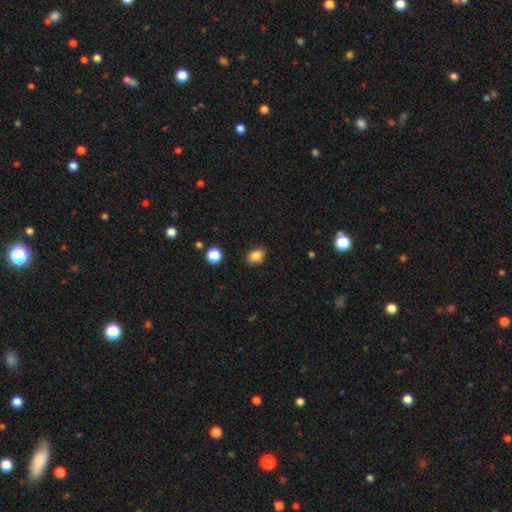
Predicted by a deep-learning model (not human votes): Smooth or featured? smooth (84%)
How rounded? in between (74%)
Merging? none (83%)